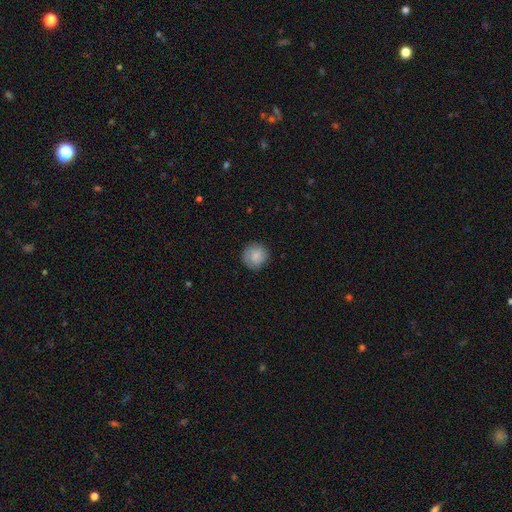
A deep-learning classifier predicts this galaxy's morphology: The model was most divided on "smooth or featured": smooth: 83%, featured or disk: 10%, star or artifact: 7%. More confident: how rounded — round (93%); merging — none (86%).